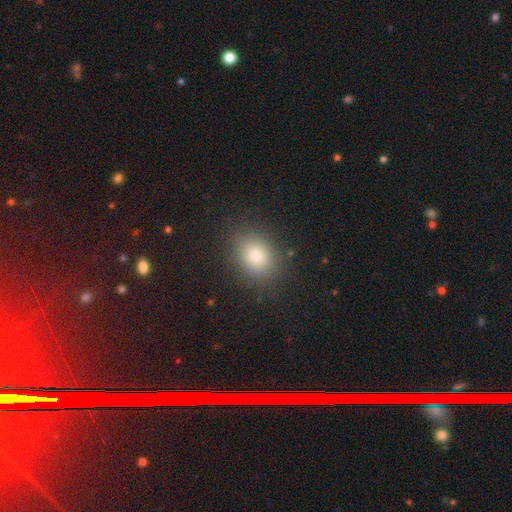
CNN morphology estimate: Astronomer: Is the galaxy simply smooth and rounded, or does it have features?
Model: smooth — 79%.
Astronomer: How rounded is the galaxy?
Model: in between — 55% (runner-up: round, 44%).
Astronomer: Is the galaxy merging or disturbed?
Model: none — 86%.